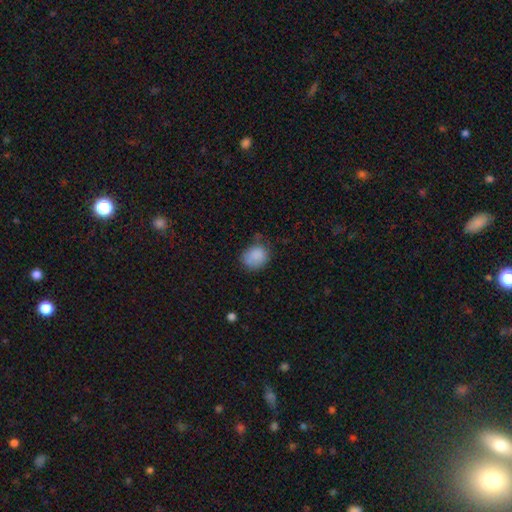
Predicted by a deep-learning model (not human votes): Overall: smooth (85%). How rounded: round (62%; in between 37%). Merging: none (61%; minor disturbance 28%).